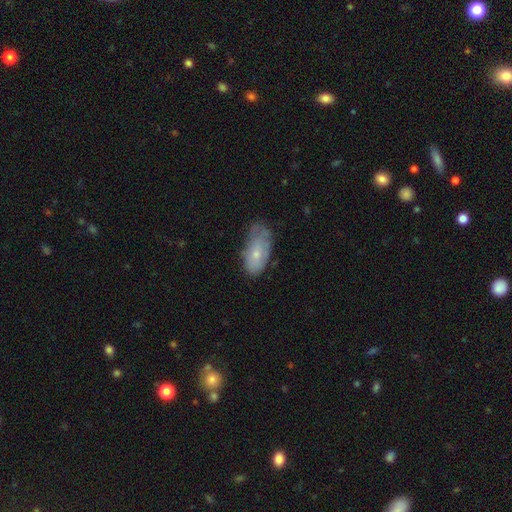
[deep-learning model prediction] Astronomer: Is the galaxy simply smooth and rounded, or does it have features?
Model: smooth — 57% (runner-up: featured or disk, 35%).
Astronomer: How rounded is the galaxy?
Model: in between — 90%.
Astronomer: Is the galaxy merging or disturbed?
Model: none — 52% (runner-up: minor disturbance, 35%).